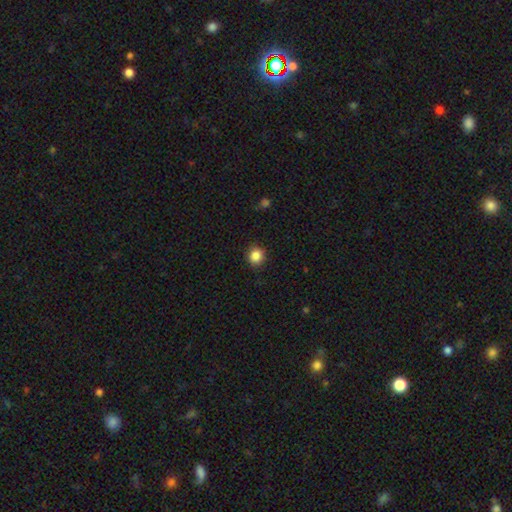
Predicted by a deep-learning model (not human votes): Smooth or featured? smooth (86%)
How rounded? round (87%)
Merging? none (88%)